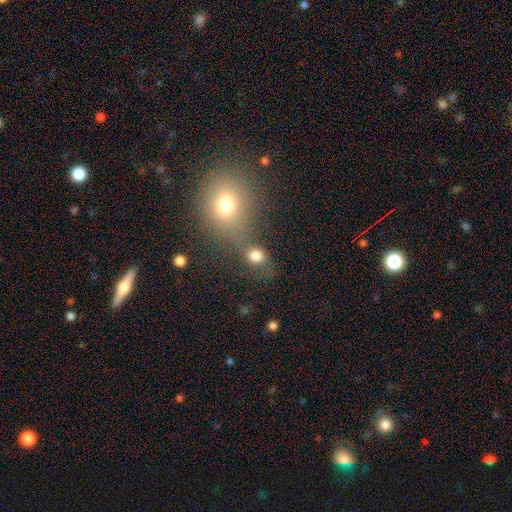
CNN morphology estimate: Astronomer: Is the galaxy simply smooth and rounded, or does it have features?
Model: smooth — 76%.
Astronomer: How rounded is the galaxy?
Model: round — 69%.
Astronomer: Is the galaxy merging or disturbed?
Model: none — 44% (runner-up: merger, 36%).